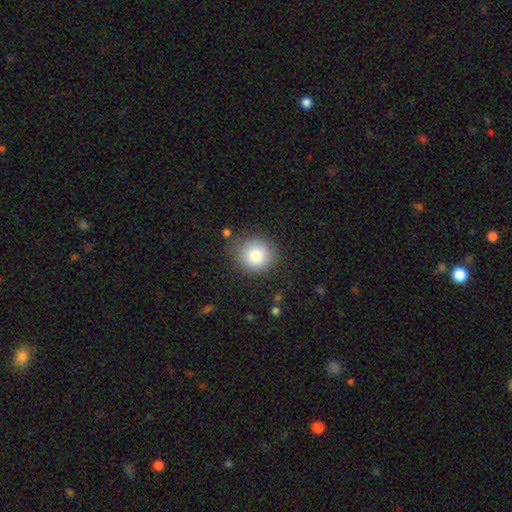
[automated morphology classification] This appears to be a smooth galaxy with no disk features (81%) that is round (89%). Merging: none (83%).